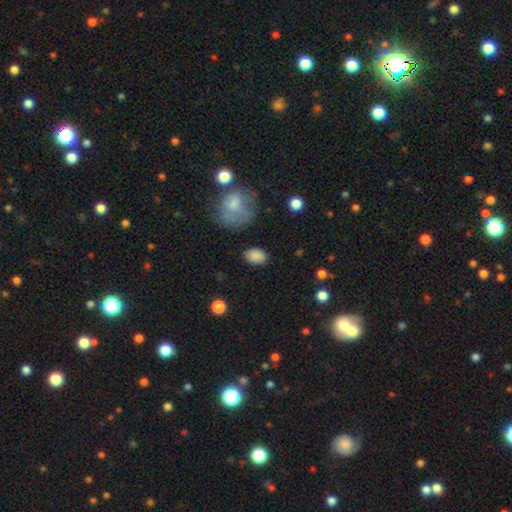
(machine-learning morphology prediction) smooth_or_featured: smooth (p=0.87) [alt: star or artifact p=0.08]
how_rounded: in between (p=0.83) [alt: round p=0.16]
merging: none (p=0.84) [alt: minor disturbance p=0.11]